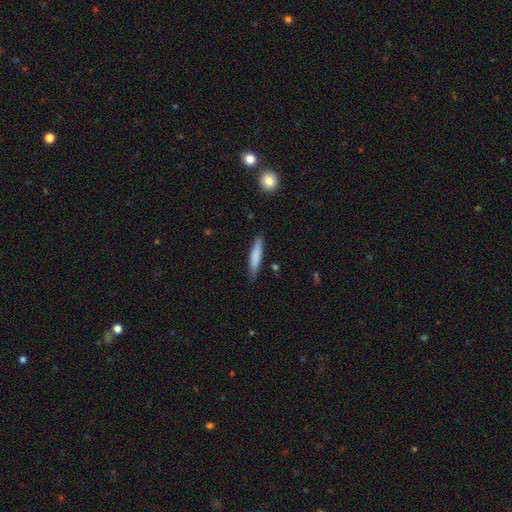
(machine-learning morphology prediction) Smooth or featured: smooth — 78% (featured or disk — 17%)
How rounded: cigar-shaped — 88% (in between — 11%)
Merging: none — 81% (minor disturbance — 15%)